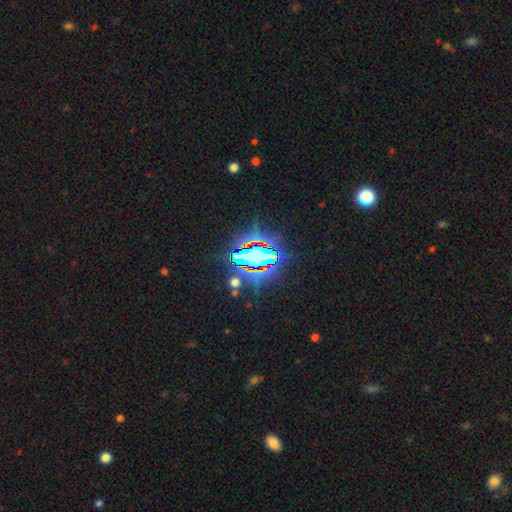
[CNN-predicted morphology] Smooth or featured? Predicted: star or artifact (p=0.72).